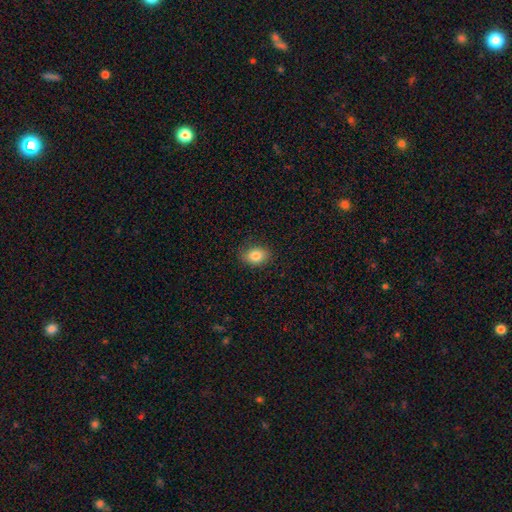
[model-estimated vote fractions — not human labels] Smooth or featured?
  - smooth: 83% *
  - star or artifact: 9%
  - featured or disk: 8%
How rounded?
  - in between: 70% *
  - round: 29%
  - cigar-shaped: 1%
Merging?
  - none: 85% *
  - minor disturbance: 12%
  - major disturbance: 3%
  - merger: 1%